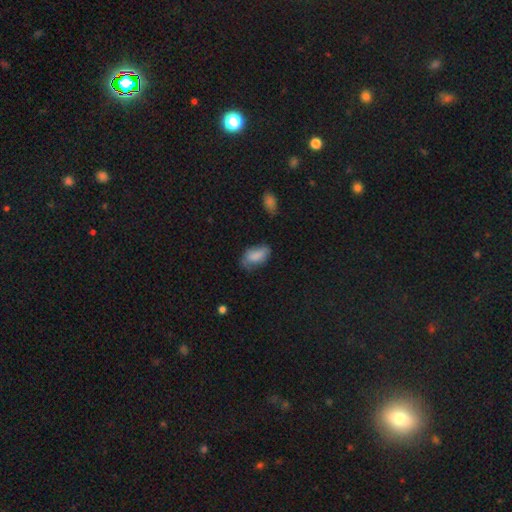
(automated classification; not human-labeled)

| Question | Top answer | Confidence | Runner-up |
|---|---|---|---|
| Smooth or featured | smooth | 79% | featured or disk (13%) |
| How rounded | in between | 92% | round (4%) |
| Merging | none | 53% | minor disturbance (34%) |